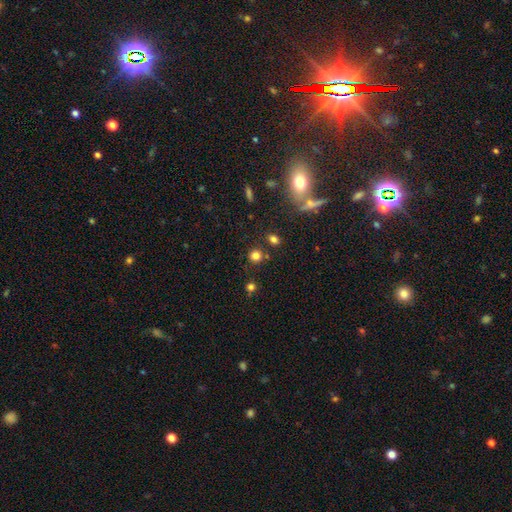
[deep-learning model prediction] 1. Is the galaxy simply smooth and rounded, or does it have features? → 77% smooth, 16% star or artifact, 7% featured or disk.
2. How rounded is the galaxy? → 87% round, 12% in between, 1% cigar-shaped.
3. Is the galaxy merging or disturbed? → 79% none, 9% merger, 9% minor disturbance, 3% major disturbance.